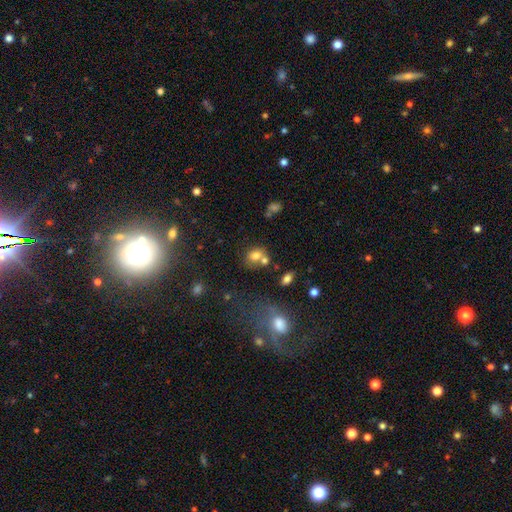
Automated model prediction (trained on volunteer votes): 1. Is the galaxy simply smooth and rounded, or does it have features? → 74% smooth, 13% star or artifact, 13% featured or disk.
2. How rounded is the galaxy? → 53% round, 46% in between, 1% cigar-shaped.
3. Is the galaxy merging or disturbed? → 44% none, 38% merger, 12% minor disturbance, 5% major disturbance.